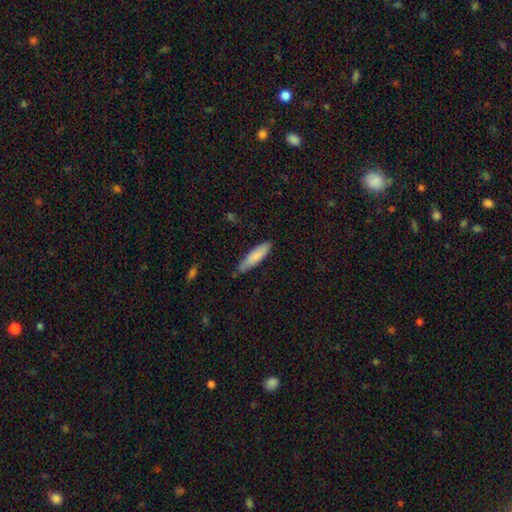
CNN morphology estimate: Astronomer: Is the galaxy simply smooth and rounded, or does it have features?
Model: smooth — 81%.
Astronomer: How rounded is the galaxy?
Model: cigar-shaped — 73%.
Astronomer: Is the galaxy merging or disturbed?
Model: none — 78%.